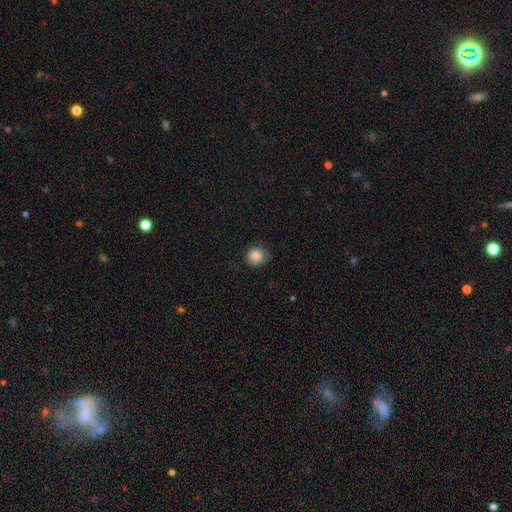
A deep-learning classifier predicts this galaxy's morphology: smooth-or-featured: smooth: 86% | star or artifact: 9% | featured or disk: 5%
  how-rounded: round: 84% | in between: 15% | cigar-shaped: 1%
  merging: none: 72% | minor disturbance: 22% | major disturbance: 5% | merger: 1%